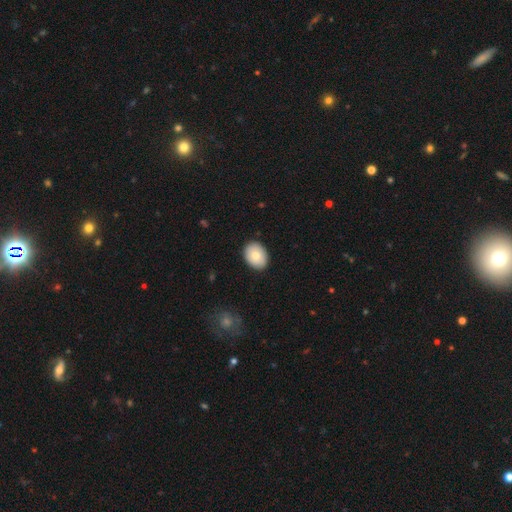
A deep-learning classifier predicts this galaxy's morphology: smooth_or_featured: smooth (p=0.78) [alt: featured or disk p=0.15]
how_rounded: in between (p=0.70) [alt: round p=0.29]
merging: none (p=0.88) [alt: minor disturbance p=0.09]